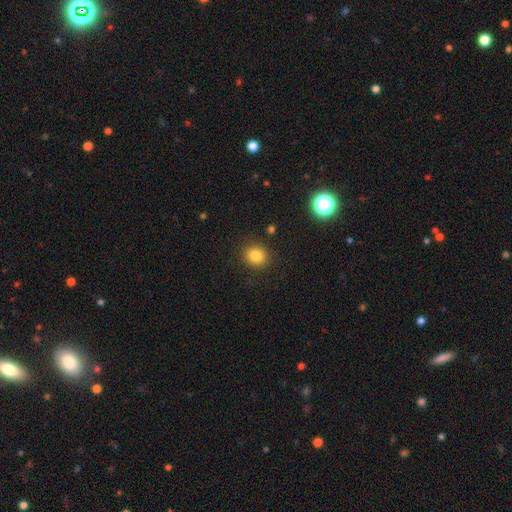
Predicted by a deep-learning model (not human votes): Overall: smooth (83%). How rounded: round (79%). Merging: none (88%).